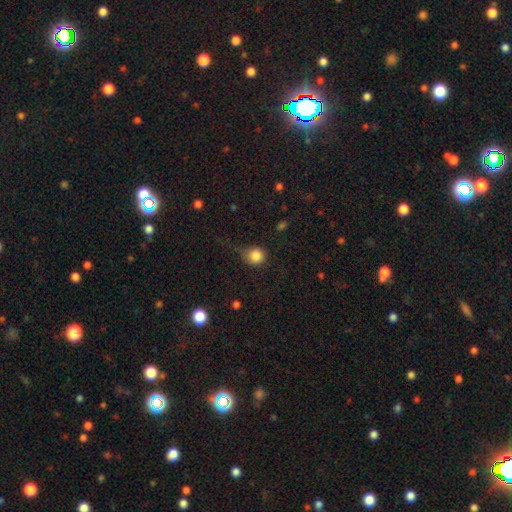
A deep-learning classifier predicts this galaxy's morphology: Smooth or featured? smooth (83%)
How rounded? round (82%)
Merging? none (51%)